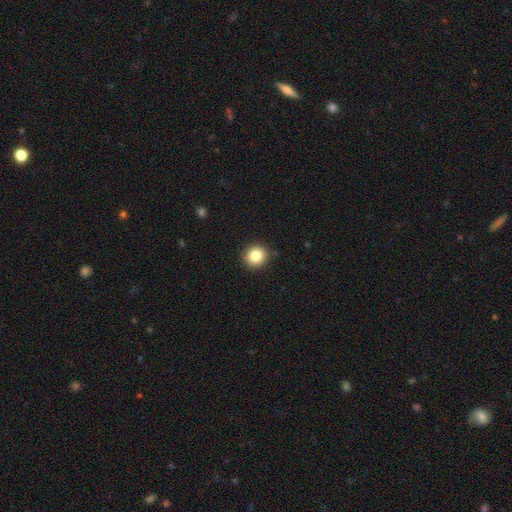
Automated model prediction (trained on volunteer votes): Morphology: type=smooth (83%); roundness=round (90%); merging=none (91%).